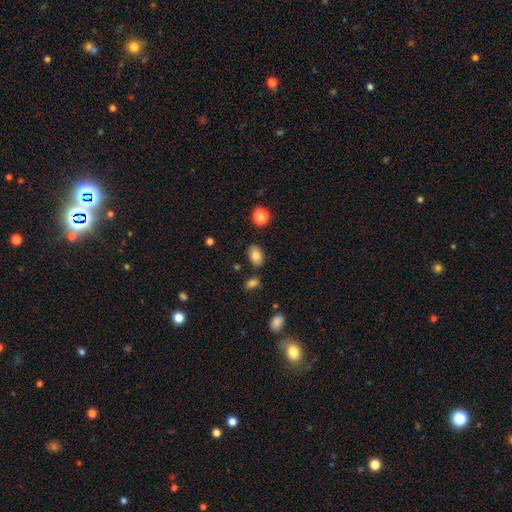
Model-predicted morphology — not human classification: type=smooth (83%); roundness=in between (87%); merging=none (82%).